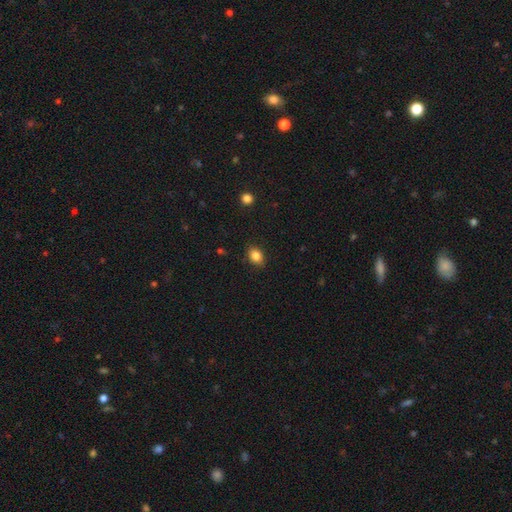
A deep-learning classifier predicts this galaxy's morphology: The model was most divided on "how rounded": in between: 67%, round: 32%, cigar-shaped: 1%. More confident: merging — none (87%); smooth or featured — smooth (85%).